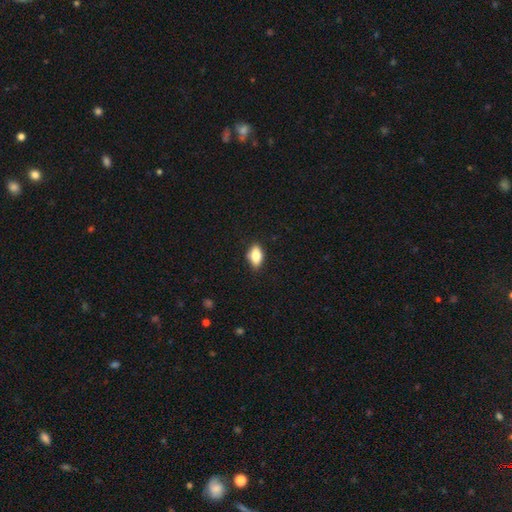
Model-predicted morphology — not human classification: Q: Smooth or featured?
A: smooth (83%); runner-up: featured or disk (10%)
Q: How rounded?
A: in between (89%); runner-up: round (6%)
Q: Merging?
A: none (83%); runner-up: minor disturbance (13%)